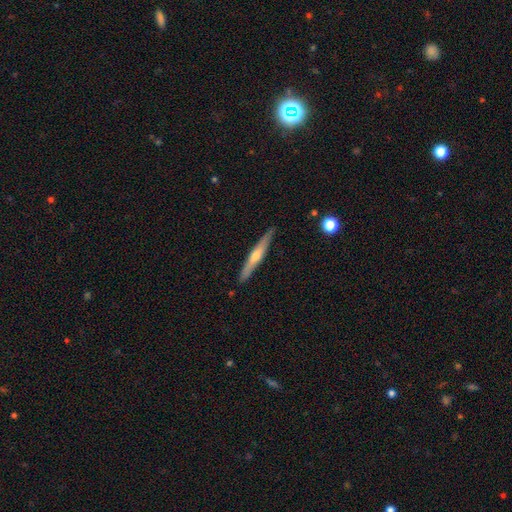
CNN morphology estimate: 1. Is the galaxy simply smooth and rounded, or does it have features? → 63% featured or disk, 32% smooth, 6% star or artifact.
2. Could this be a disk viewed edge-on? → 96% yes, 4% no.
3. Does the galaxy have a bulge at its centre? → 80% rounded, 16% none, 4% boxy.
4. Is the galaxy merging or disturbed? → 89% none, 8% minor disturbance, 1% major disturbance, 1% merger.